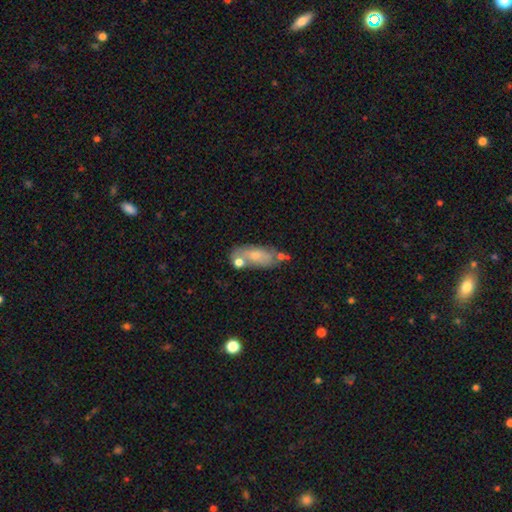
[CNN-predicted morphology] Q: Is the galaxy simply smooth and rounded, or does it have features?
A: smooth — 59%.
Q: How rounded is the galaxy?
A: in between — 79%.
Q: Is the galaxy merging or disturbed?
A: none — 51%.